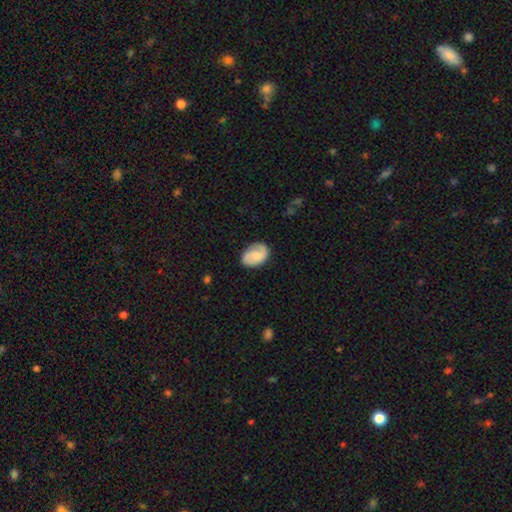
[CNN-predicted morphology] Smooth or featured? smooth (49%)
Merging? none (75%)